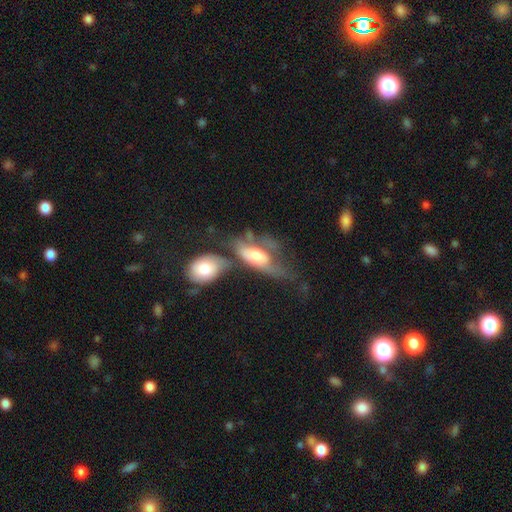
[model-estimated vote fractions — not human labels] smooth_or_featured: featured or disk (p=0.54) [alt: smooth p=0.39]
disk_edge_on: no (p=0.79) [alt: yes p=0.21]
merging: merger (p=0.44) [alt: major disturbance p=0.26]